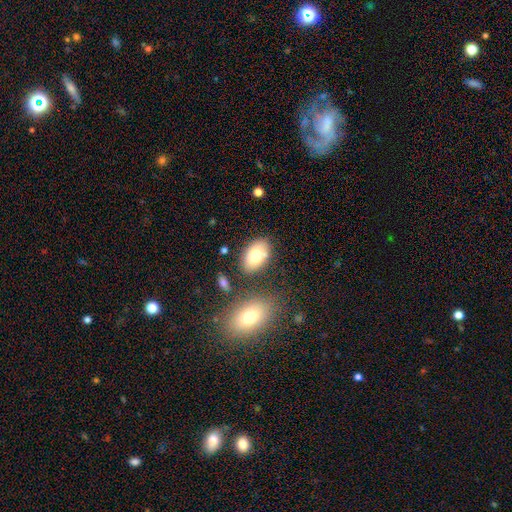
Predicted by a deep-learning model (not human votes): Smooth or featured: smooth — 77% (featured or disk — 15%)
How rounded: in between — 90% (round — 8%)
Merging: none — 72% (minor disturbance — 14%)